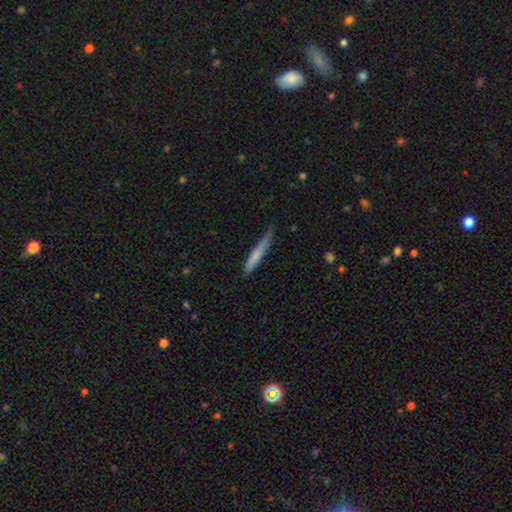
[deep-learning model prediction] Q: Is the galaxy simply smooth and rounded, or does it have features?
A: smooth — 70%.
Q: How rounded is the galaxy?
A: cigar-shaped — 94%.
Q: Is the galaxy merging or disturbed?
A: none — 66%.